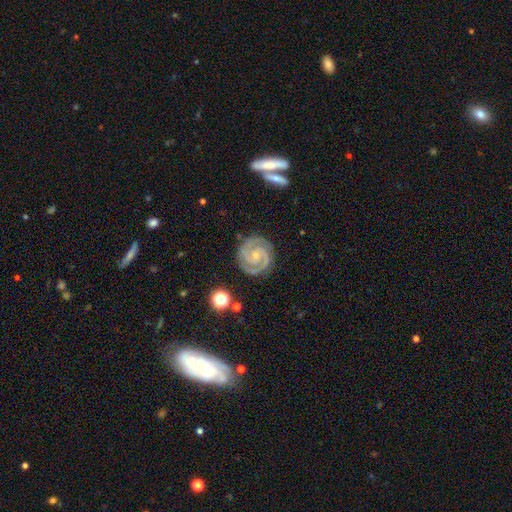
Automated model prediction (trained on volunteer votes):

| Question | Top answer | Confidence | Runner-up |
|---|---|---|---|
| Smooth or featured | featured or disk | 92% | star or artifact (5%) |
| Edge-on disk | no | 98% | yes (2%) |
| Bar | no | 59% | weak (30%) |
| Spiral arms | yes | 99% | no (1%) |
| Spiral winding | tight | 67% | medium (30%) |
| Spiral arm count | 2 | 89% | 3 (6%) |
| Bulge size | small | 73% | moderate (19%) |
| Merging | none | 84% | minor disturbance (11%) |